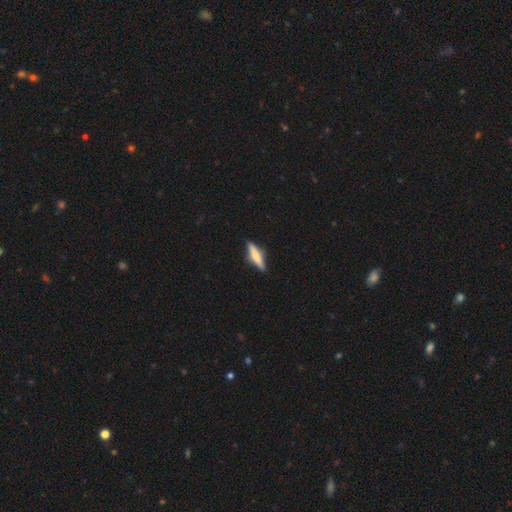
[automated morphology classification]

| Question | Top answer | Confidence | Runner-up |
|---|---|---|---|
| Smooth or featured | featured or disk | 47% | tied: smooth (47%) |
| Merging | none | 88% | minor disturbance (9%) |